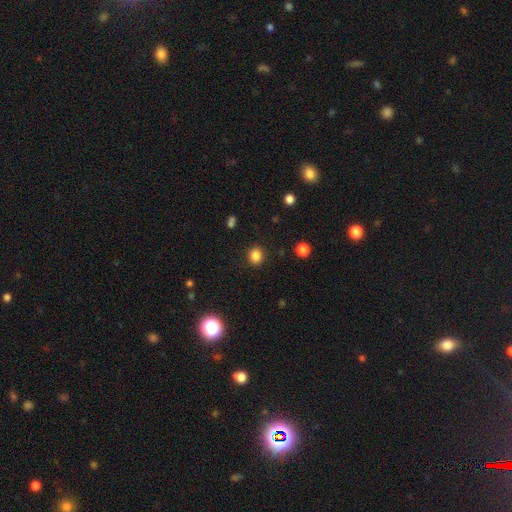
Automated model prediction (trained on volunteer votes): smooth 84%, star or artifact 12%, featured or disk 4%. Down the decision tree: how rounded — round (78%); merging — none (90%).